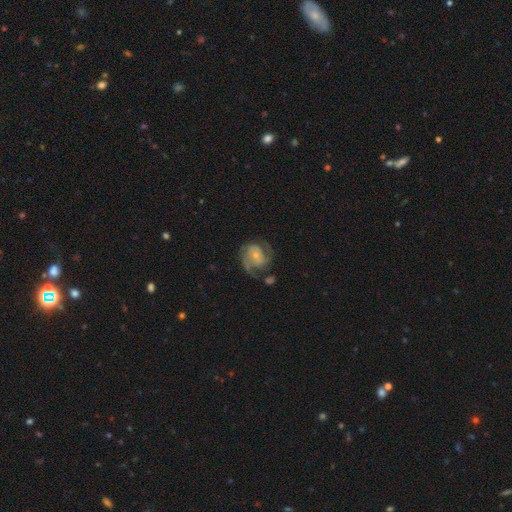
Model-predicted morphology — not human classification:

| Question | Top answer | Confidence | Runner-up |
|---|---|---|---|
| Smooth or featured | featured or disk | 82% | smooth (13%) |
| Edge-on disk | no | 98% | yes (2%) |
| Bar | no | 63% | weak (29%) |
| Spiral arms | yes | 94% | no (6%) |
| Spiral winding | medium | 48% | tight (33%) |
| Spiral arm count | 2 | 64% | 3 (14%) |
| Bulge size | small | 65% | moderate (29%) |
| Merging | none | 59% | minor disturbance (20%) |